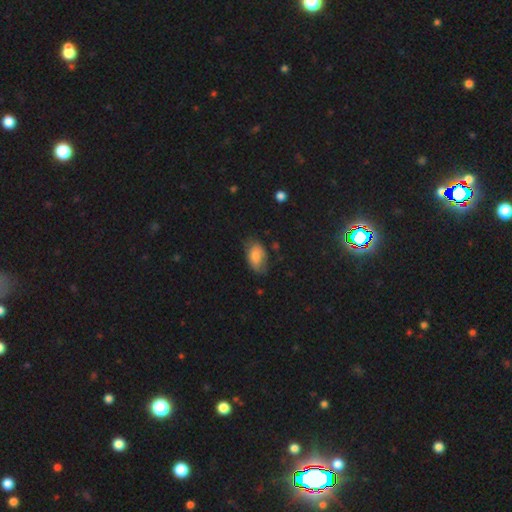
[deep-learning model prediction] smooth 68%, featured or disk 24%, star or artifact 8%. Down the decision tree: how rounded — in between (91%); merging — none (58%).